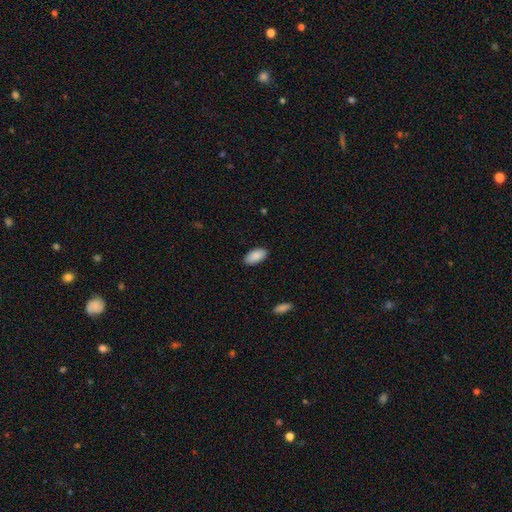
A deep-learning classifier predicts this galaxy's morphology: A smooth galaxy with no disk features (90%) that is in between round and cigar-shaped (95%).

Vote fractions:
- Smooth or featured? smooth: 90% / star or artifact: 6% / featured or disk: 4%
- How rounded? in between: 95% / cigar-shaped: 3% / round: 2%
- Merging? none: 88% / minor disturbance: 9% / major disturbance: 2% / merger: 1%